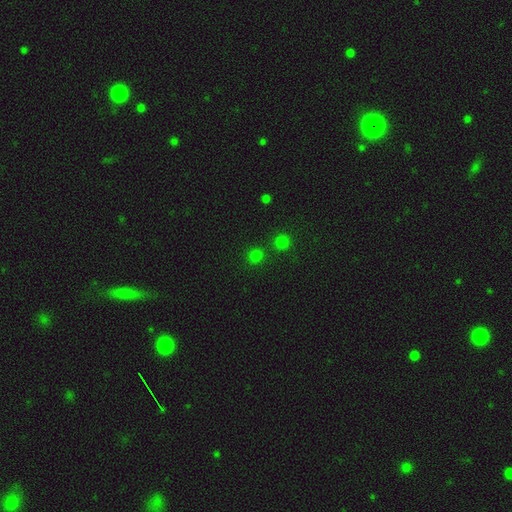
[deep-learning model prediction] Smooth or featured? Predicted: smooth (p=0.72). How rounded? Predicted: round (p=0.90). Merging? Predicted: none (p=0.80).